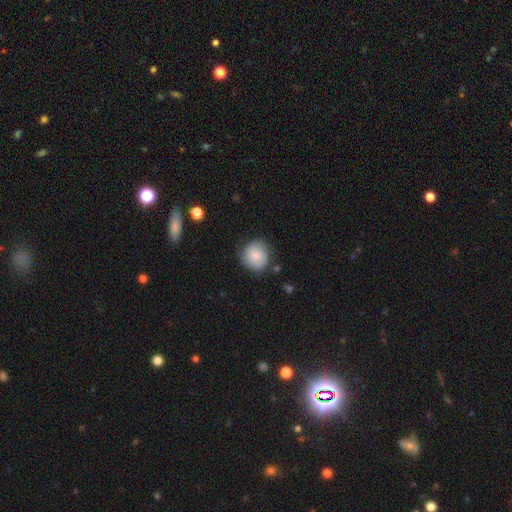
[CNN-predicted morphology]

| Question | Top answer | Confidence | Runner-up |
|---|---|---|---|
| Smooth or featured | smooth | 78% | featured or disk (15%) |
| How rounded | round | 87% | in between (12%) |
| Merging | none | 72% | minor disturbance (21%) |